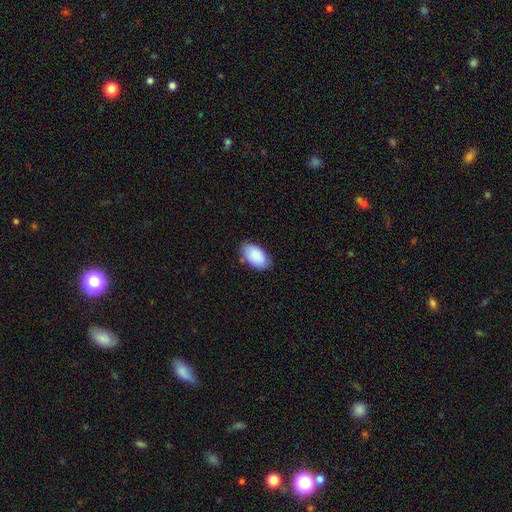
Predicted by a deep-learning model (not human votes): The model was most divided on "merging": none: 81%, minor disturbance: 15%, major disturbance: 3%, merger: 1%. More confident: how rounded — in between (95%); smooth or featured — smooth (88%).